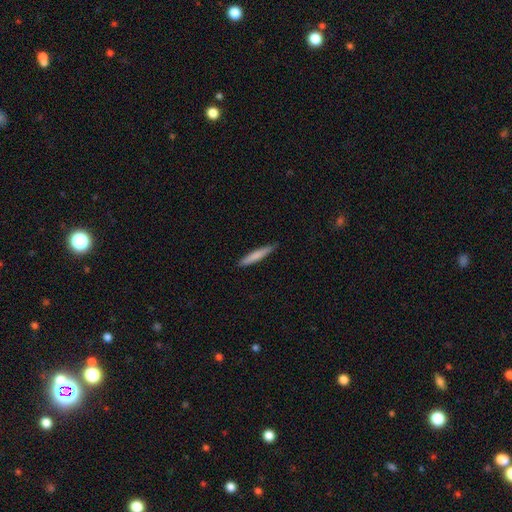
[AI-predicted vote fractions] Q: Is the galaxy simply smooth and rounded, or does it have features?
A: smooth — 76%.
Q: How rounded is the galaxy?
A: cigar-shaped — 93%.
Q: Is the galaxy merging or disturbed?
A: none — 87%.